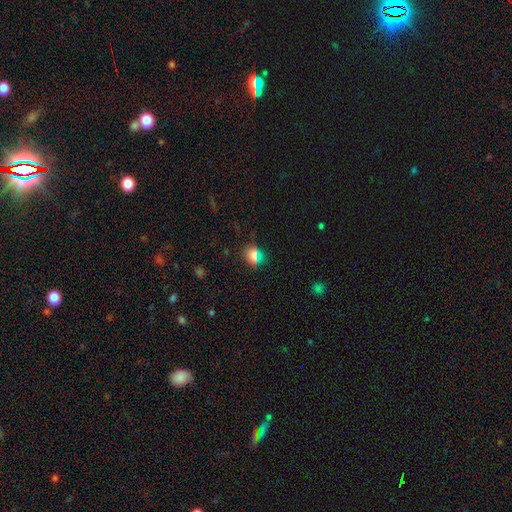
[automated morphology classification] Smooth or featured: smooth — 69% (star or artifact — 24%)
How rounded: round — 68% (in between — 30%)
Merging: none — 85% (minor disturbance — 10%)